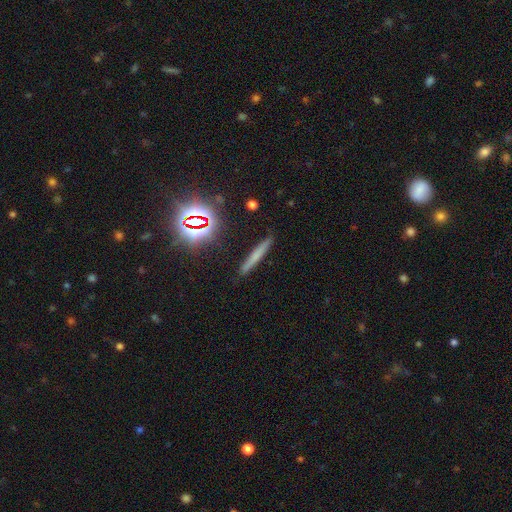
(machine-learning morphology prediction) Q: Smooth or featured?
A: smooth (56%); runner-up: featured or disk (27%)
Q: How rounded?
A: cigar-shaped (93%); runner-up: in between (4%)
Q: Merging?
A: none (88%); runner-up: minor disturbance (8%)